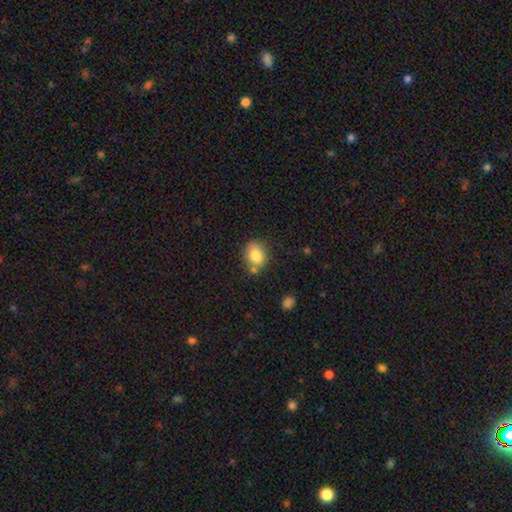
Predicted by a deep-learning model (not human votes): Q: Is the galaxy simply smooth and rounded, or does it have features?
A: smooth — 82%.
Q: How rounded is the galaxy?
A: in between — 59%.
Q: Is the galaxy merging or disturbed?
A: none — 64%.